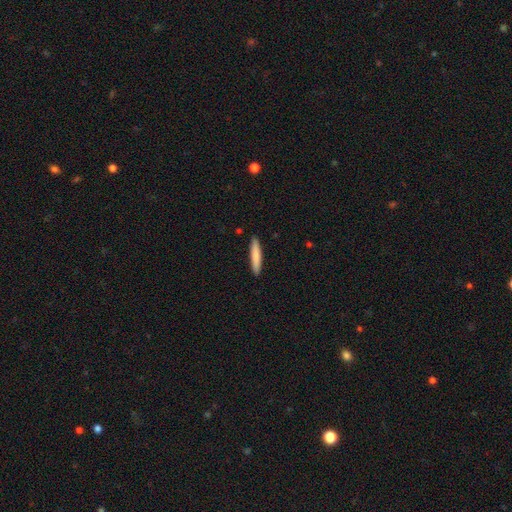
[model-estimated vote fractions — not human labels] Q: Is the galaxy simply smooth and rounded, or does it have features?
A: smooth — 80%.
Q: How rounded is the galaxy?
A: cigar-shaped — 90%.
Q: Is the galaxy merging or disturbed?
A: none — 91%.